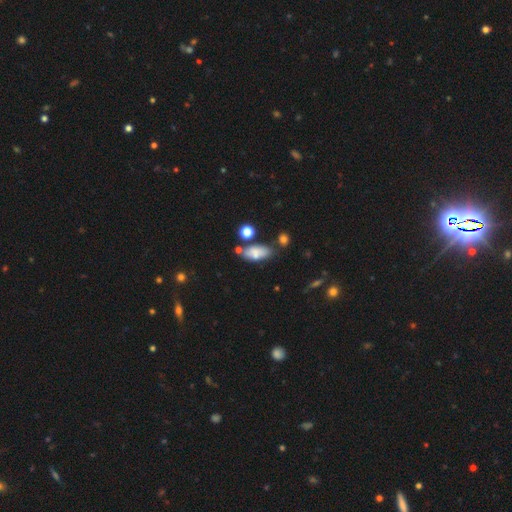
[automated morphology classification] A smooth galaxy with no disk features (73%) that is in between round and cigar-shaped (83%). Merging: none (59%).